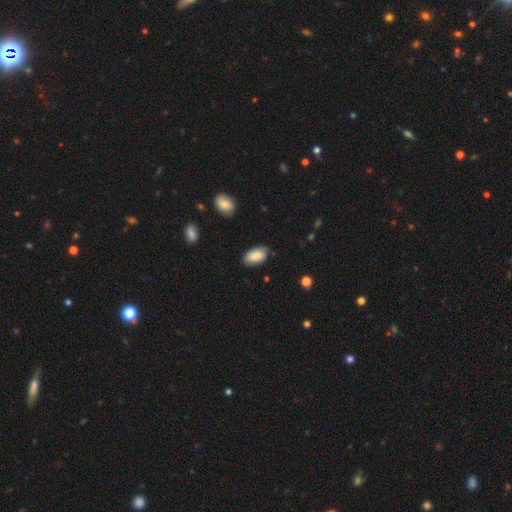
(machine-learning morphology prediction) smooth 86%, featured or disk 7%, star or artifact 6%. Down the decision tree: how rounded — in between (94%); merging — none (78%).